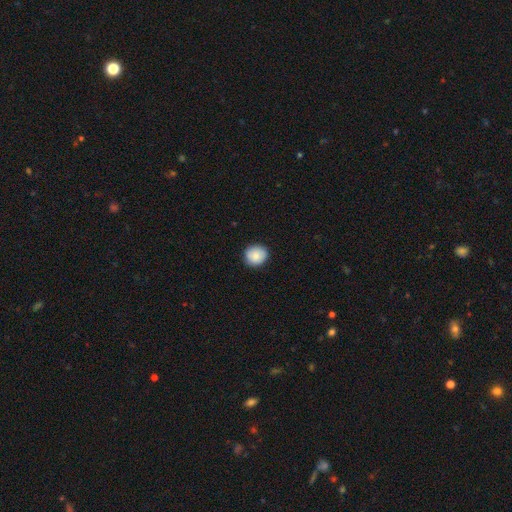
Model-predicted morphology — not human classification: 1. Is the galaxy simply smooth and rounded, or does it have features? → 83% smooth, 9% featured or disk, 8% star or artifact.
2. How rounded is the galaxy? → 86% round, 13% in between, 1% cigar-shaped.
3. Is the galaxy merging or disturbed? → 88% none, 9% minor disturbance, 2% major disturbance, 1% merger.